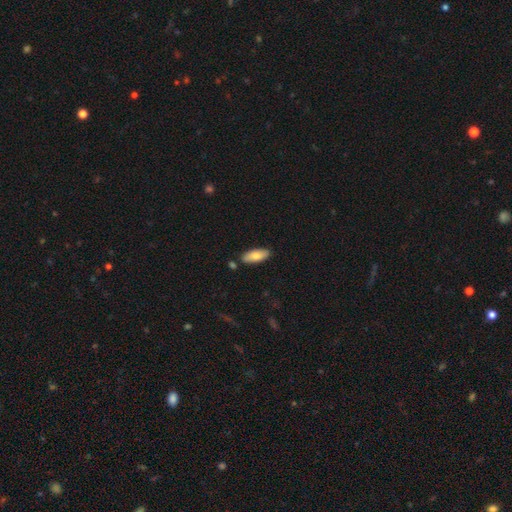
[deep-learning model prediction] The model was most divided on "how rounded": in between: 77%, cigar-shaped: 21%, round: 2%. More confident: merging — none (85%); smooth or featured — smooth (80%).